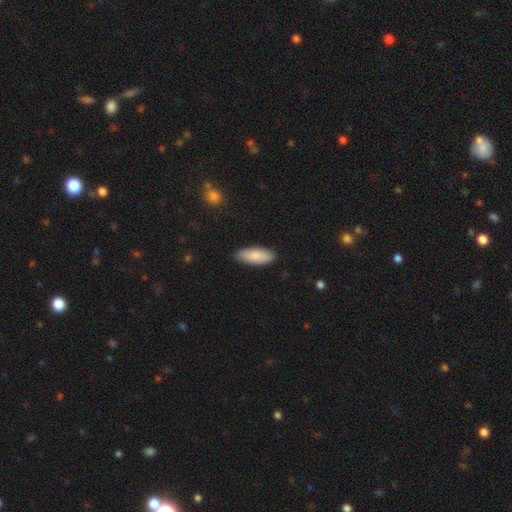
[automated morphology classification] Smooth or featured? smooth (86%)
How rounded? in between (80%)
Merging? none (88%)